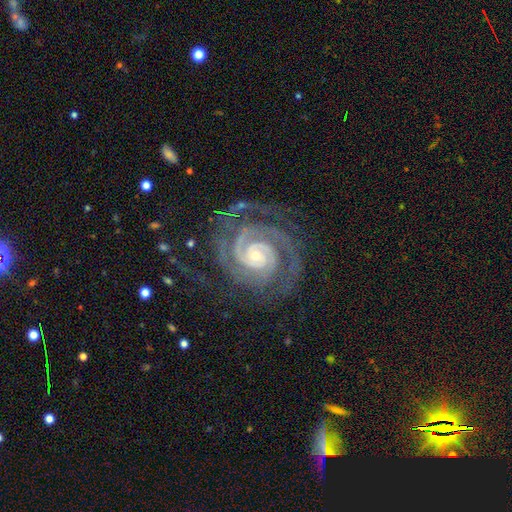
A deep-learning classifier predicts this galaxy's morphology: The model was most divided on "bar": no: 68%, weak: 21%, strong: 11%. More confident: spiral arms — yes (99%); edge-on disk — no (98%); smooth or featured — featured or disk (93%); spiral winding — tight (79%); merging — none (74%); bulge size — small (74%); spiral arm count — 2 (69%).